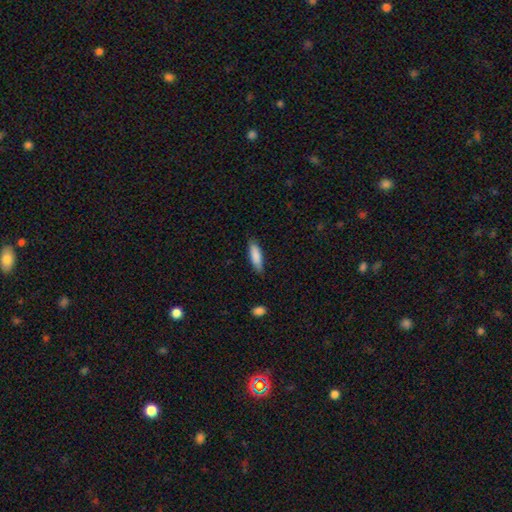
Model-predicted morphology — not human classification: smooth_or_featured: smooth (p=0.86) [alt: featured or disk p=0.09]
how_rounded: cigar-shaped (p=0.57) [alt: in between p=0.42]
merging: none (p=0.83) [alt: minor disturbance p=0.13]